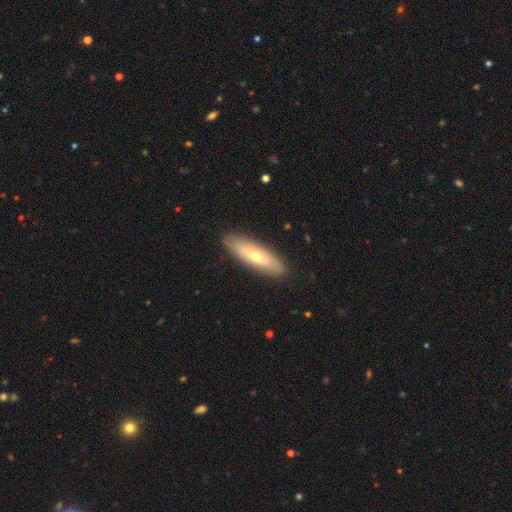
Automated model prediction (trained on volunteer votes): smooth_or_featured: smooth (p=0.58) [alt: featured or disk p=0.36]
how_rounded: cigar-shaped (p=0.57) [alt: in between p=0.41]
merging: none (p=0.89) [alt: minor disturbance p=0.08]